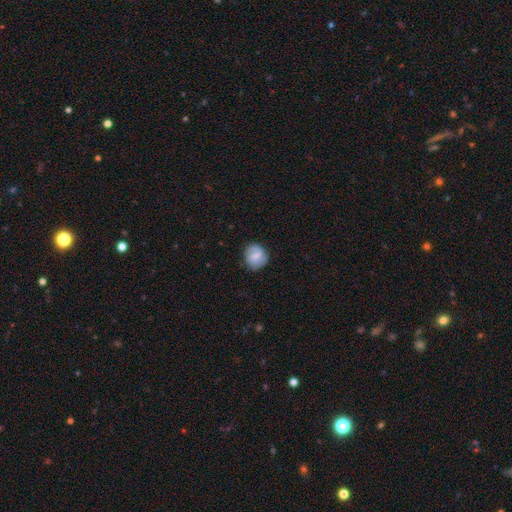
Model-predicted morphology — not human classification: smooth_or_featured: smooth (p=0.60) [alt: featured or disk p=0.32]
how_rounded: round (p=0.79) [alt: in between p=0.20]
merging: none (p=0.73) [alt: minor disturbance p=0.19]